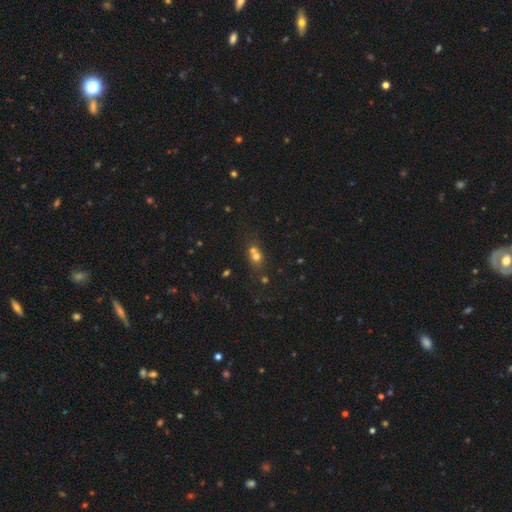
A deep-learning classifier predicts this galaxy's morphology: The model was most divided on "merging": merger: 51%, none: 38%, minor disturbance: 7%, major disturbance: 4%. More confident: how rounded — round (70%); smooth or featured — smooth (62%).